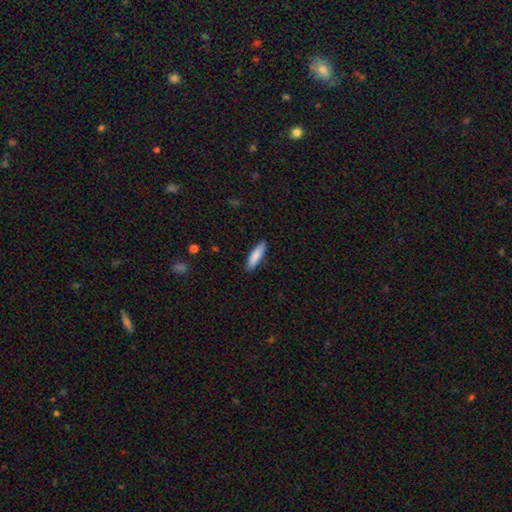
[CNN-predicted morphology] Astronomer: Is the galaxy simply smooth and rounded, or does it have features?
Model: smooth — 84%.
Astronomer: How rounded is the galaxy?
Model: cigar-shaped — 71%.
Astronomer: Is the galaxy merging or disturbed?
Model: none — 87%.